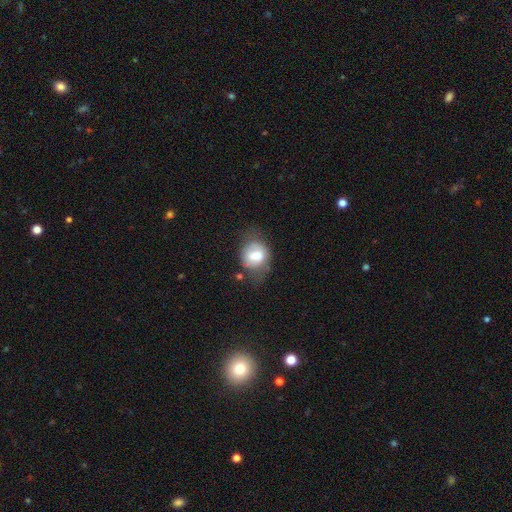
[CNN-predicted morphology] A smooth galaxy with no disk features (64%) that is in between round and cigar-shaped (50%).

Vote fractions:
- Smooth or featured? smooth: 64% / featured or disk: 28% / star or artifact: 8%
- How rounded? in between: 50% / round: 49% / cigar-shaped: 1%
- Merging? none: 52% / minor disturbance: 27% / major disturbance: 15% / merger: 6%